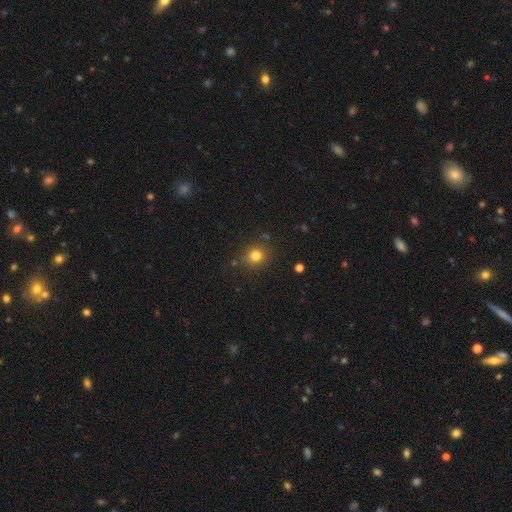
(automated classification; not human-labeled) Overall: smooth (79%). How rounded: round (82%). Merging: none (83%).